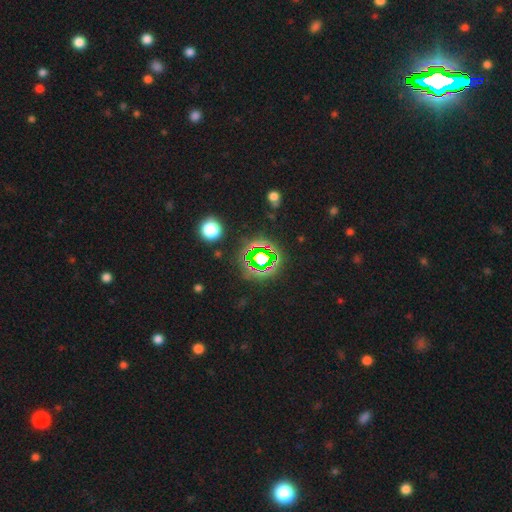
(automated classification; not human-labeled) Overall: star or artifact (73%).